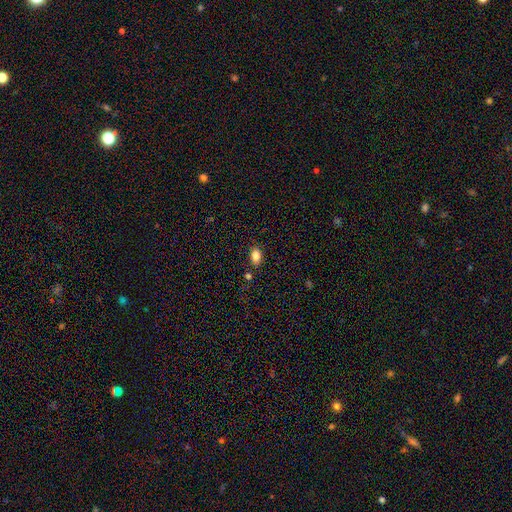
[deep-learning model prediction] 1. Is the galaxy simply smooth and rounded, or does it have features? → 85% smooth, 10% star or artifact, 6% featured or disk.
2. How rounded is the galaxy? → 87% in between, 10% round, 2% cigar-shaped.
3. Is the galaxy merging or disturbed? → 82% none, 11% minor disturbance, 4% merger, 3% major disturbance.